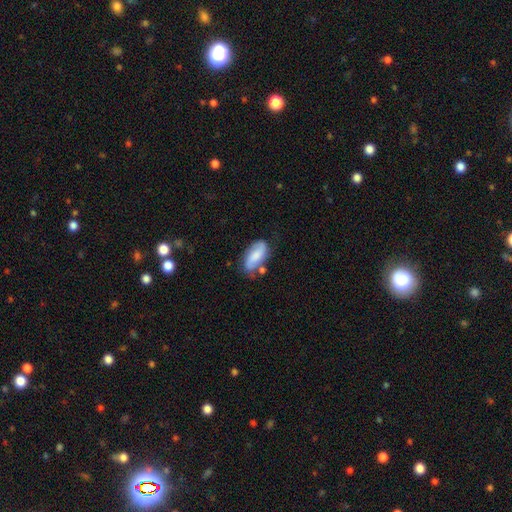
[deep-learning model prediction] This appears to be a smooth galaxy with no disk features (49%). Merging: none (57%).